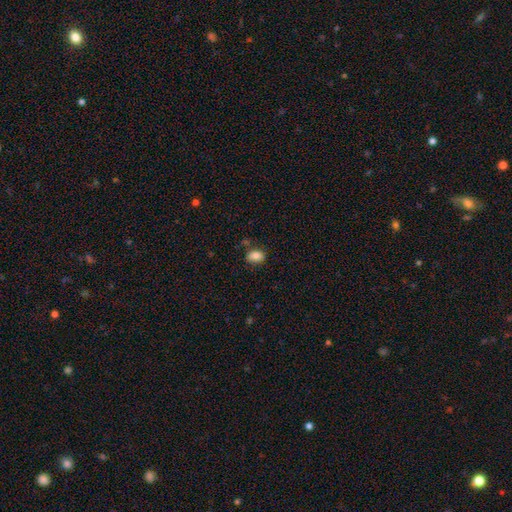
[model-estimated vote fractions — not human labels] Smooth or featured?
  - smooth: 83% *
  - star or artifact: 9%
  - featured or disk: 8%
How rounded?
  - in between: 77% *
  - round: 22%
  - cigar-shaped: 1%
Merging?
  - none: 75% *
  - minor disturbance: 15%
  - merger: 6%
  - major disturbance: 4%